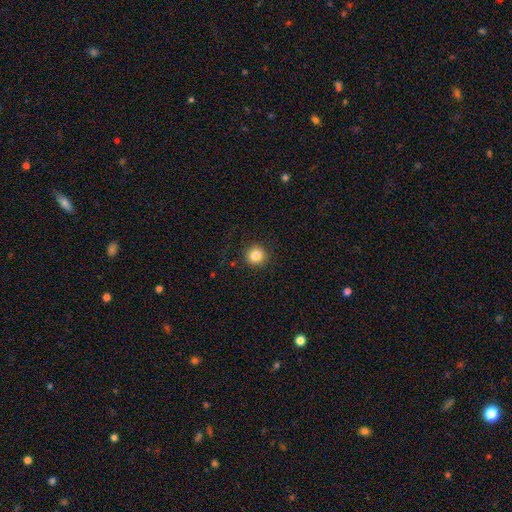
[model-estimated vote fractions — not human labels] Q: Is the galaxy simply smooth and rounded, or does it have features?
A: smooth — 82%.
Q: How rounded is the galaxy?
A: round — 93%.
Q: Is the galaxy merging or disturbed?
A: none — 90%.